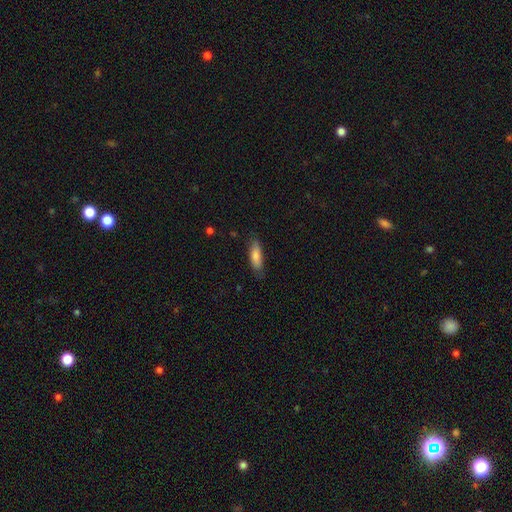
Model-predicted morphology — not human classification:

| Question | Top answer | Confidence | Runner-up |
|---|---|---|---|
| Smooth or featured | smooth | 80% | featured or disk (14%) |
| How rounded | in between | 59% | cigar-shaped (39%) |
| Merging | none | 77% | minor disturbance (18%) |